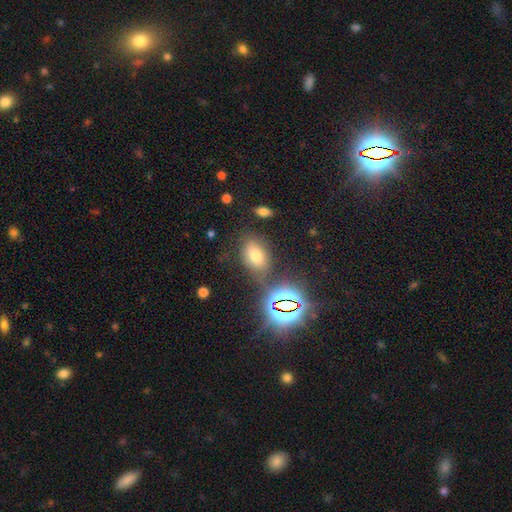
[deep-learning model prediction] A smooth galaxy with no disk features (61%) that is in between round and cigar-shaped (83%).

Vote fractions:
- Smooth or featured? smooth: 61% / star or artifact: 26% / featured or disk: 12%
- How rounded? in between: 83% / round: 15% / cigar-shaped: 2%
- Merging? none: 73% / minor disturbance: 14% / merger: 7% / major disturbance: 6%